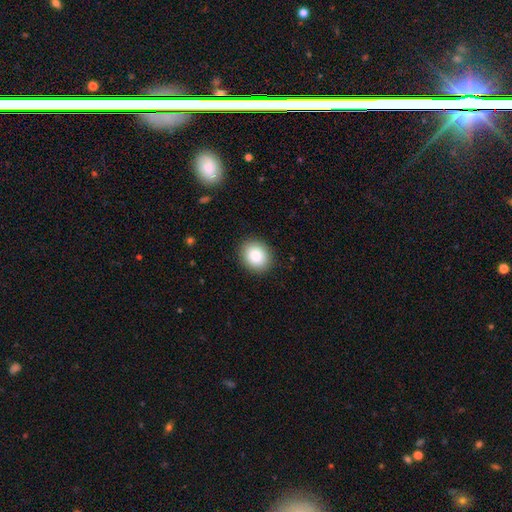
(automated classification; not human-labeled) This is clearly a smooth galaxy (85%). How rounded: likely round (61%). Merging: clearly none (90%).